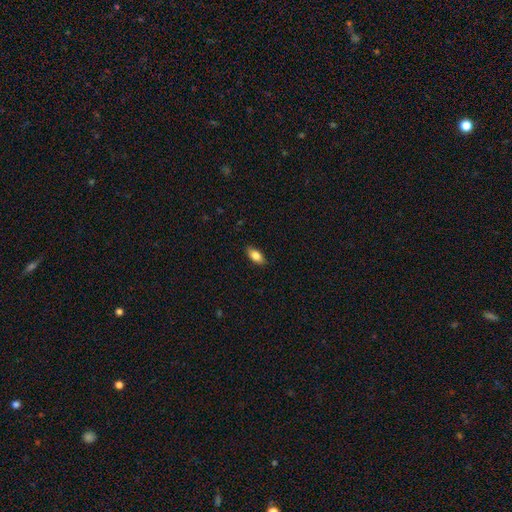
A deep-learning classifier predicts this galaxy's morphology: Smooth or featured? smooth (82%)
How rounded? in between (88%)
Merging? none (87%)